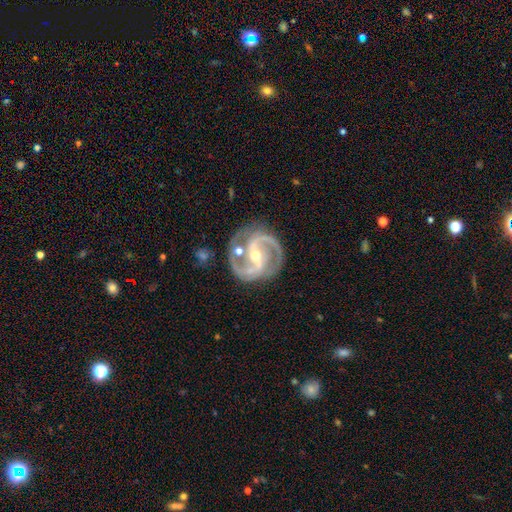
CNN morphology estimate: The model was most divided on "bulge size": small: 50%, moderate: 47%, large: 1%, none: 1%, dominant: 1%. More confident: spiral arms — yes (98%); edge-on disk — no (98%); smooth or featured — featured or disk (93%); spiral arm count — 2 (91%); merging — none (76%); spiral winding — medium (62%); bar — strong (55%).